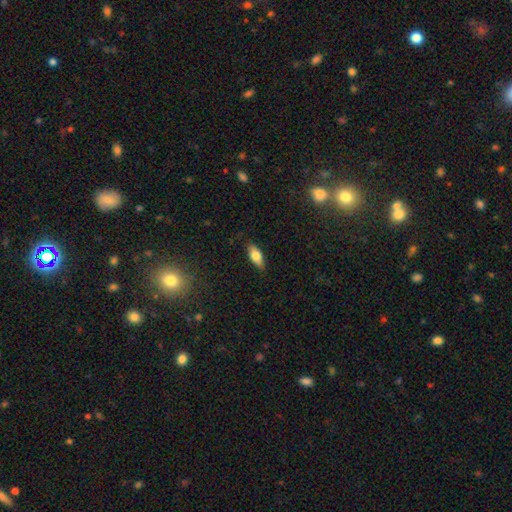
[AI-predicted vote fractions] Smooth or featured? smooth (75%)
How rounded? in between (80%)
Merging? none (86%)